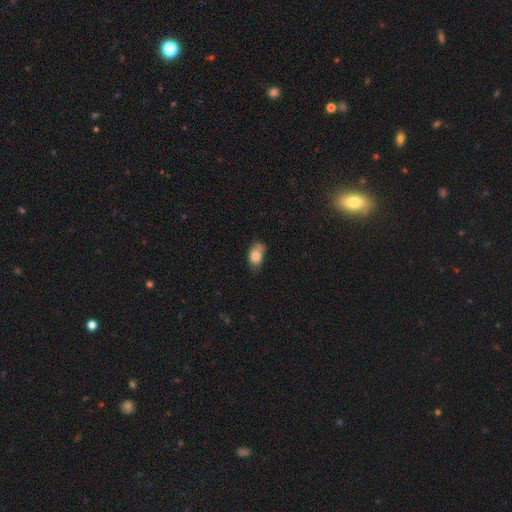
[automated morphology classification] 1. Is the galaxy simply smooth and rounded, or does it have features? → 81% smooth, 11% featured or disk, 9% star or artifact.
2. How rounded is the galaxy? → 84% in between, 14% round, 2% cigar-shaped.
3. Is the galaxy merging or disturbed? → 43% none, 36% minor disturbance, 12% major disturbance, 9% merger.